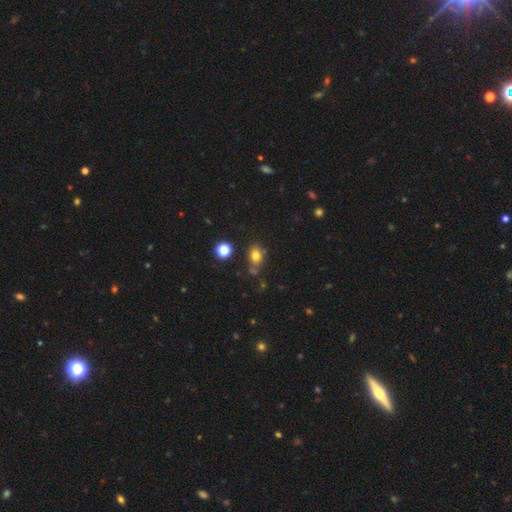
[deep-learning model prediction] Smooth or featured: smooth — 75% (star or artifact — 15%)
How rounded: in between — 51% (round — 48%)
Merging: none — 69% (minor disturbance — 15%)